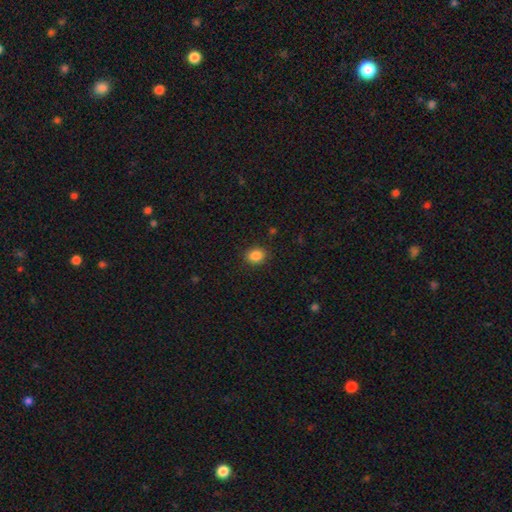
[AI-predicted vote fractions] A smooth galaxy with no disk features (86%) that is round (56%). Merging: none (88%).